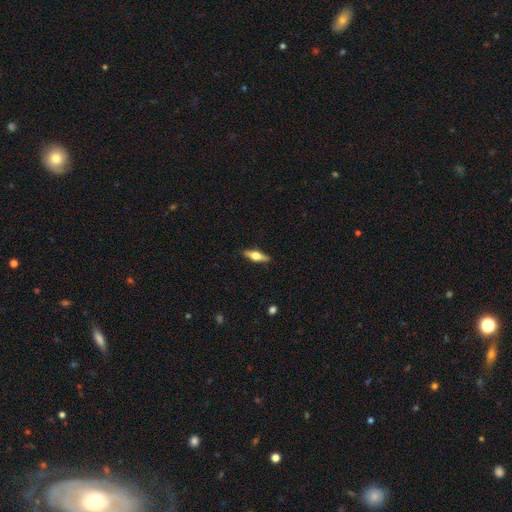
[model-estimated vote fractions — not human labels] featured or disk 52%, smooth 42%, star or artifact 6%. Down the decision tree: edge-on disk — yes (93%); merging — none (89%).